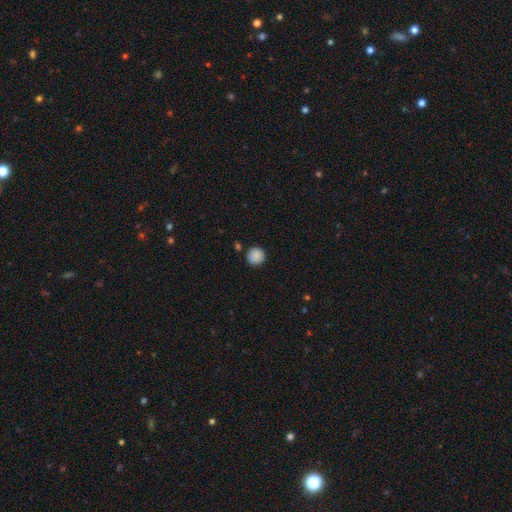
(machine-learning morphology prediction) This appears to be a smooth galaxy with no disk features (88%) that is round (94%). Merging: none (86%).